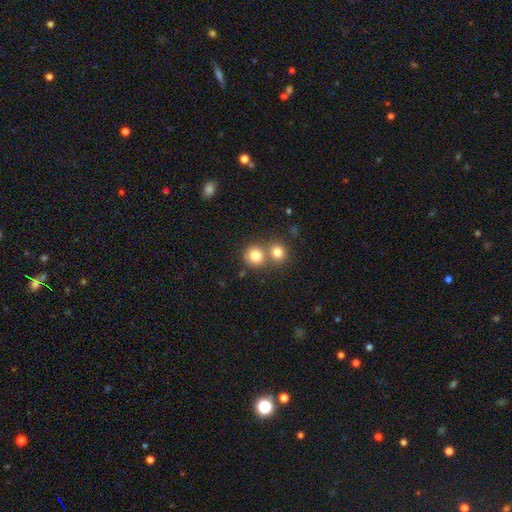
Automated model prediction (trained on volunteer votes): smooth_or_featured: smooth (p=0.80) [alt: star or artifact p=0.11]
how_rounded: round (p=0.86) [alt: in between p=0.13]
merging: none (p=0.51) [alt: merger p=0.40]